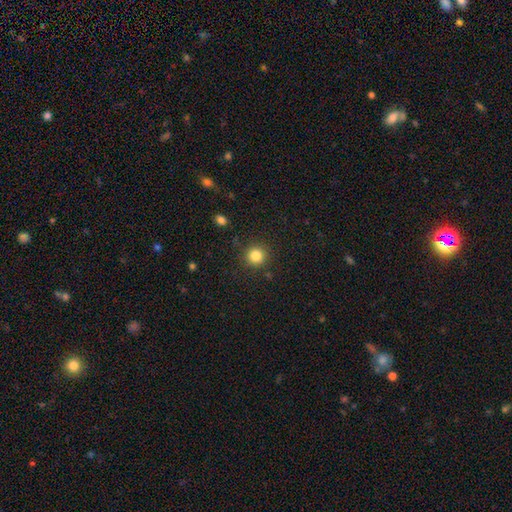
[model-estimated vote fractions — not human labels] Smooth or featured: smooth — 84% (star or artifact — 11%)
How rounded: round — 93% (in between — 6%)
Merging: none — 89% (minor disturbance — 7%)